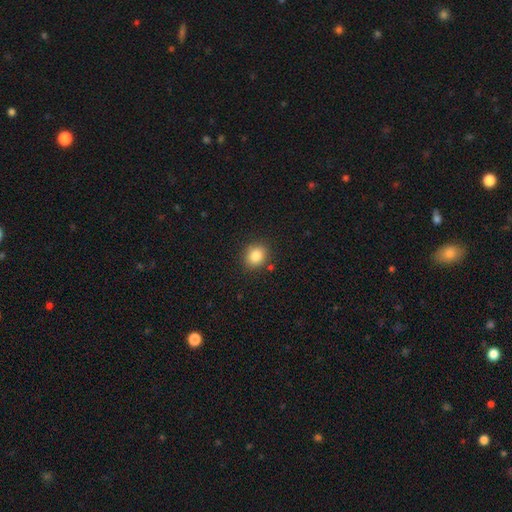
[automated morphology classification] This is clearly a smooth galaxy (84%). How rounded: likely round (70%). Merging: clearly none (85%).